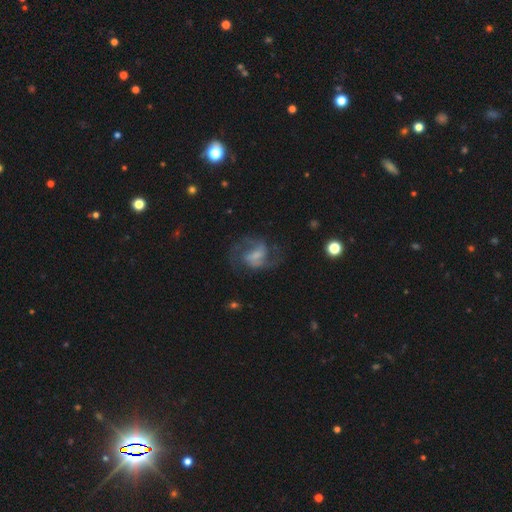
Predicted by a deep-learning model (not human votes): Q: Smooth or featured?
A: featured or disk (80%); runner-up: smooth (13%)
Q: Edge-on disk?
A: no (98%); runner-up: yes (2%)
Q: Bar?
A: weak (51%); runner-up: no (29%)
Q: Spiral arms?
A: yes (94%); runner-up: no (6%)
Q: Spiral winding?
A: medium (55%); runner-up: loose (30%)
Q: Spiral arm count?
A: 2 (85%); runner-up: can't tell (5%)
Q: Bulge size?
A: small (36%); runner-up: none (30%)
Q: Merging?
A: none (64%); runner-up: minor disturbance (17%)